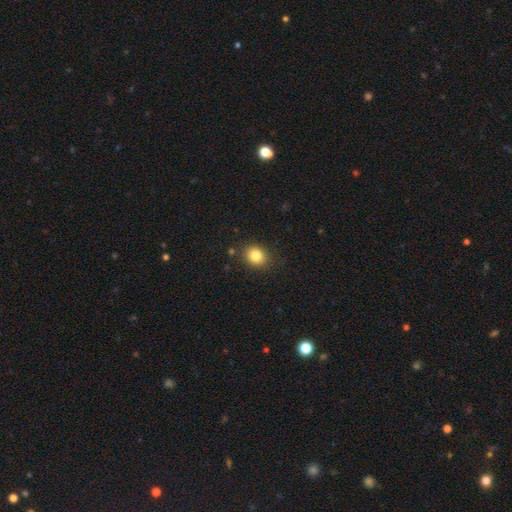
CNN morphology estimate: Smooth or featured: smooth — 84% (star or artifact — 10%)
How rounded: round — 67% (in between — 32%)
Merging: none — 85% (minor disturbance — 10%)